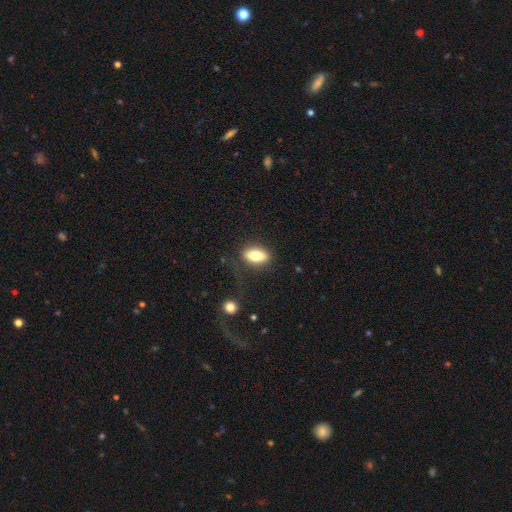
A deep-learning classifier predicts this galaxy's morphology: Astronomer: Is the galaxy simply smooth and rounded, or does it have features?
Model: smooth — 77%.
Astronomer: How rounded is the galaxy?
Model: in between — 82%.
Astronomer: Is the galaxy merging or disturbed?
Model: none — 78%.